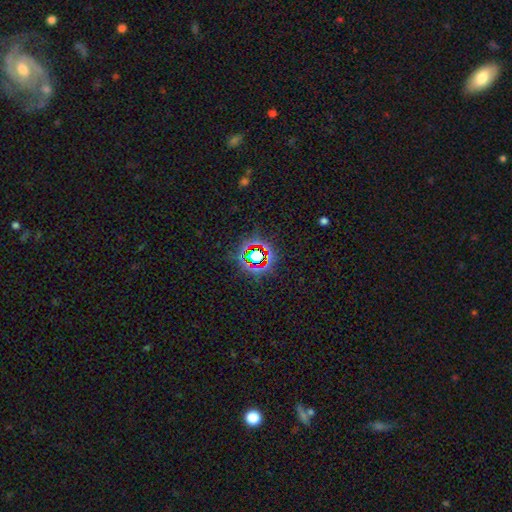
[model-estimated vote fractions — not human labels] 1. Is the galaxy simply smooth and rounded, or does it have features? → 74% star or artifact, 16% smooth, 9% featured or disk.